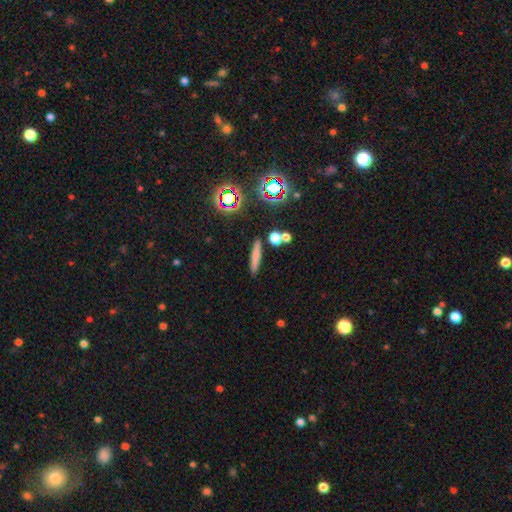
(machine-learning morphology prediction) The model was most divided on "smooth or featured": smooth: 69%, featured or disk: 18%, star or artifact: 13%. More confident: how rounded — cigar-shaped (89%); merging — none (85%).